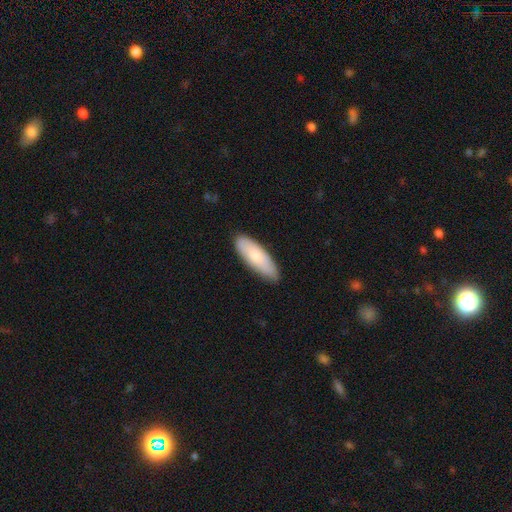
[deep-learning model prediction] A smooth galaxy with no disk features (76%) that is in between round and cigar-shaped (61%).

Vote fractions:
- Smooth or featured? smooth: 76% / featured or disk: 19% / star or artifact: 5%
- How rounded? in between: 61% / cigar-shaped: 38% / round: 2%
- Merging? none: 83% / minor disturbance: 14% / major disturbance: 2% / merger: 1%